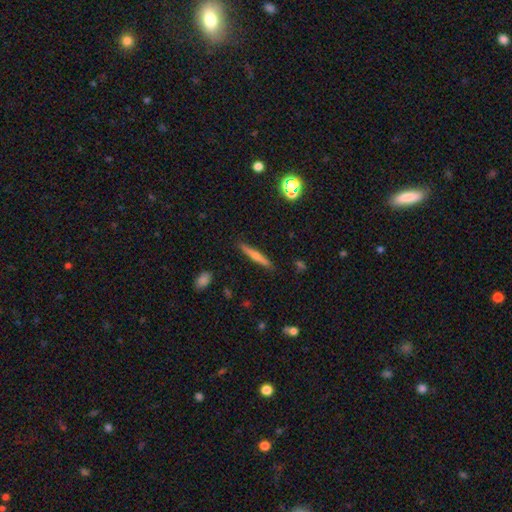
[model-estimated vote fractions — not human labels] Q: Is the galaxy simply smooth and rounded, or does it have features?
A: featured or disk — 51%.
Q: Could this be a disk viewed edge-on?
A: yes — 96%.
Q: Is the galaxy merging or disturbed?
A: none — 89%.